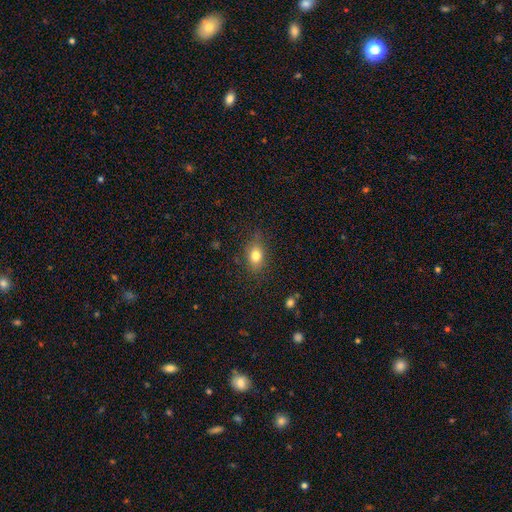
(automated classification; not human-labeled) Q: Smooth or featured?
A: smooth (78%); runner-up: featured or disk (11%)
Q: How rounded?
A: in between (69%); runner-up: round (28%)
Q: Merging?
A: none (79%); runner-up: minor disturbance (16%)